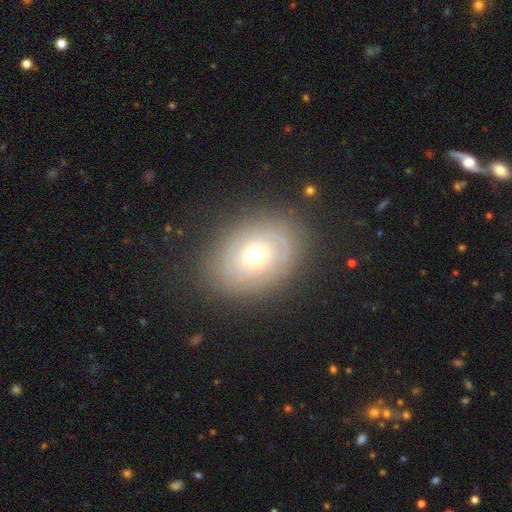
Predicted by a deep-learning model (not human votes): featured or disk 63%, smooth 28%, star or artifact 8%. Down the decision tree: edge-on disk — no (94%); bar — no (86%); spiral arms — yes (67%); bulge size — moderate (55%); merging — none (81%).